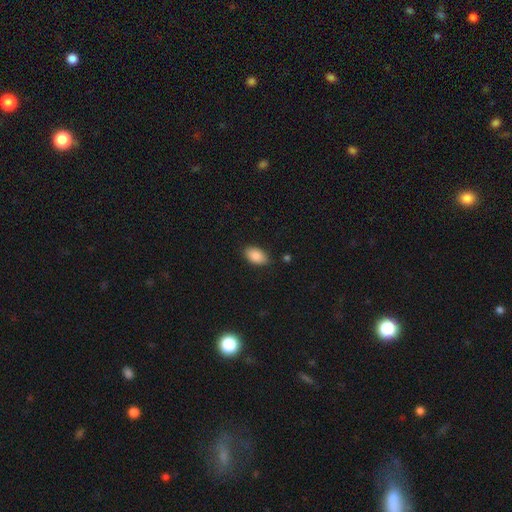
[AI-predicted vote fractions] This is clearly a smooth galaxy (87%). How rounded: clearly in between (93%). Merging: clearly none (85%).